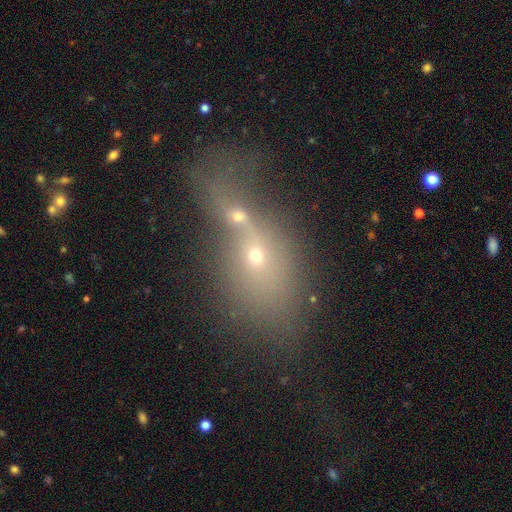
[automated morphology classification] The model was most divided on "smooth or featured": smooth: 49%, featured or disk: 27%, star or artifact: 25%. More confident: merging — merger (76%).